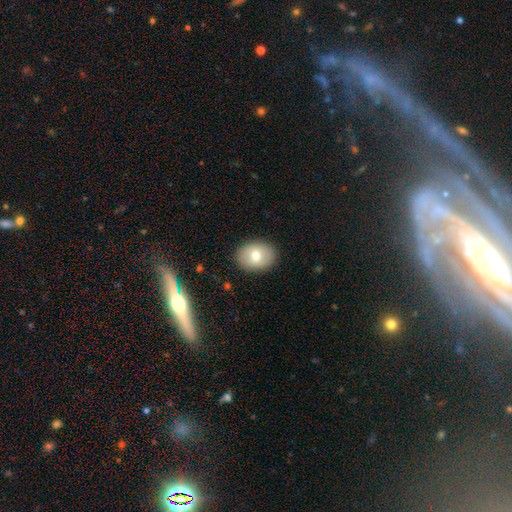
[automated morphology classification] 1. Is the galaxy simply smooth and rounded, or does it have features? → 74% smooth, 18% featured or disk, 8% star or artifact.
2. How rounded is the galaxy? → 59% in between, 41% round, 1% cigar-shaped.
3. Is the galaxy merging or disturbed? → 89% none, 8% minor disturbance, 2% major disturbance, 1% merger.